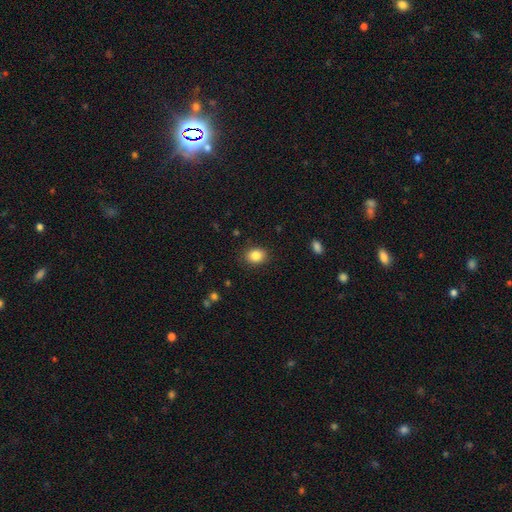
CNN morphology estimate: smooth-or-featured: smooth: 85% | star or artifact: 9% | featured or disk: 6%
  how-rounded: in between: 52% | round: 47% | cigar-shaped: 1%
  merging: none: 87% | minor disturbance: 9% | major disturbance: 3% | merger: 1%